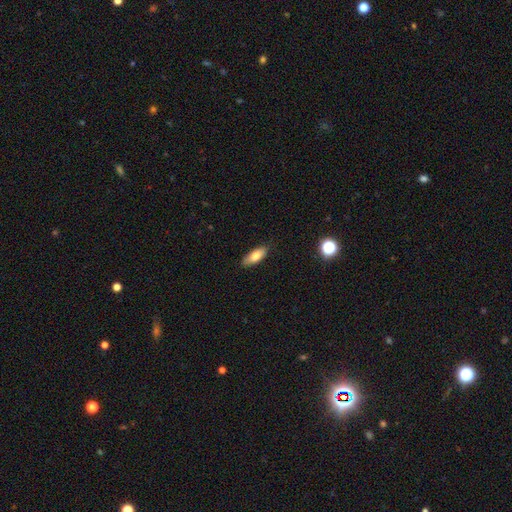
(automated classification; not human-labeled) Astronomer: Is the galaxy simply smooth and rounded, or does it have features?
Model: smooth — 78%.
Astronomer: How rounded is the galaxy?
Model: in between — 75%.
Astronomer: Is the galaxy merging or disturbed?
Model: none — 83%.